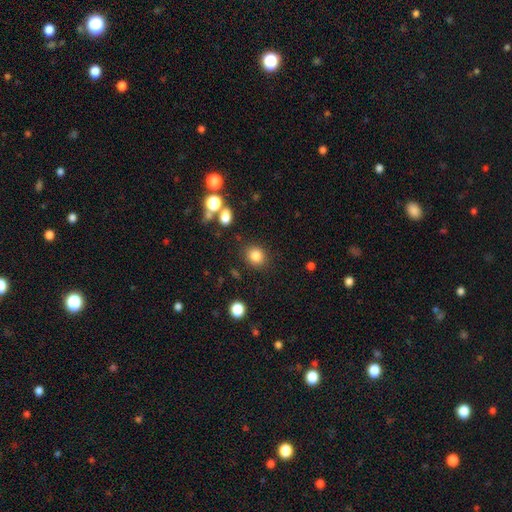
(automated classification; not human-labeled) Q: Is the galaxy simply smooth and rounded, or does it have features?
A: smooth — 83%.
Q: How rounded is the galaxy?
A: round — 76%.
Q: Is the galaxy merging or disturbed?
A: none — 85%.